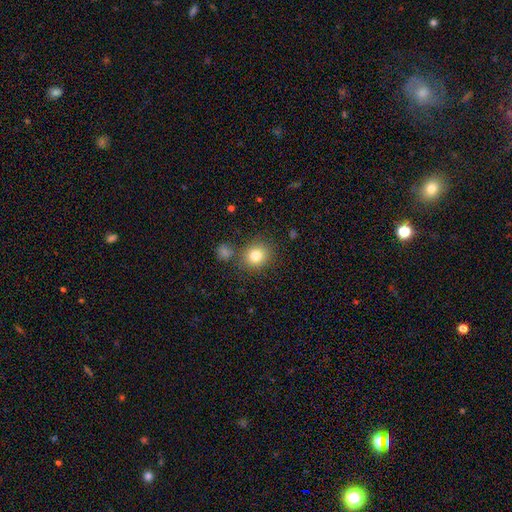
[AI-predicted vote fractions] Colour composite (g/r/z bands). It shows a smooth galaxy with no disk features (81%) that is round (76%). Merging: none (79%).